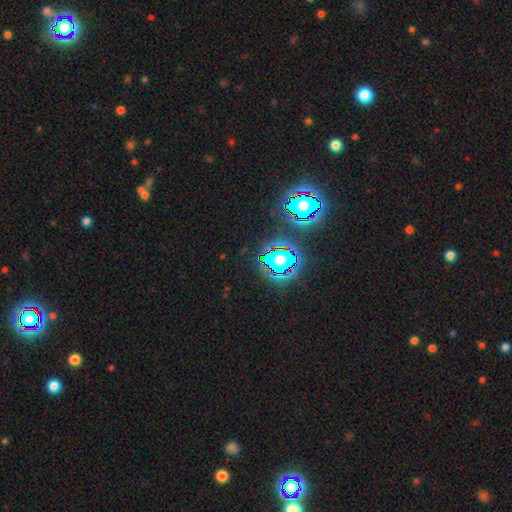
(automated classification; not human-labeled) Smooth or featured? star or artifact (82%)